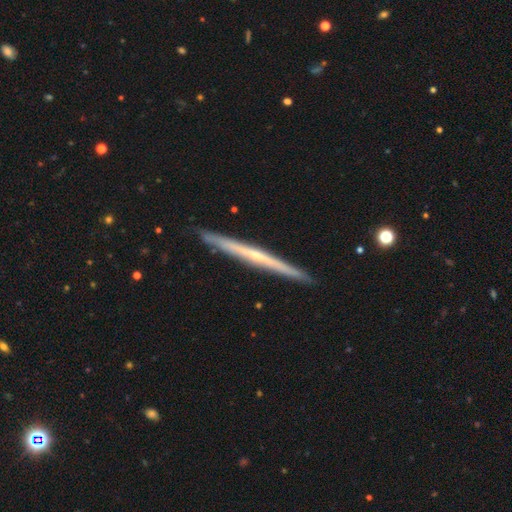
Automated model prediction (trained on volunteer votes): This appears to be a featured or disk galaxy (70%) viewed edge-on (98%) with no central bulge (65%). Merging: none (92%).